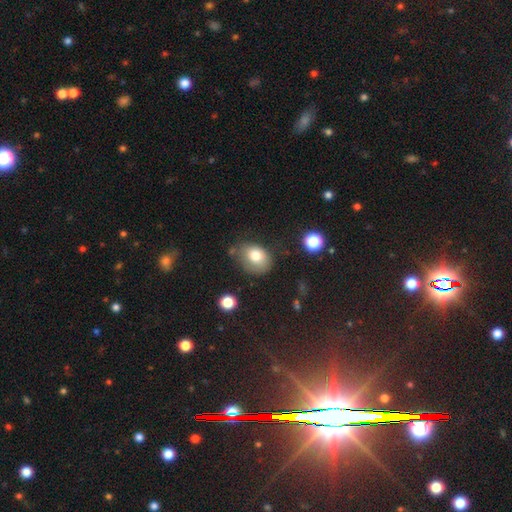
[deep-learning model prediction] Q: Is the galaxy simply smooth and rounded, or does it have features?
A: smooth — 76%.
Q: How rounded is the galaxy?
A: in between — 58%.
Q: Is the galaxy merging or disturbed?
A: none — 54%.